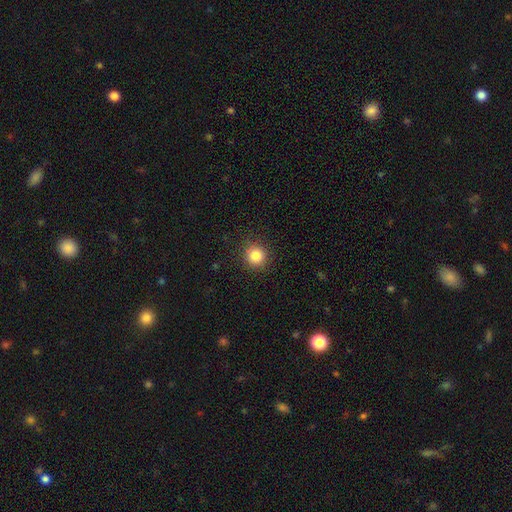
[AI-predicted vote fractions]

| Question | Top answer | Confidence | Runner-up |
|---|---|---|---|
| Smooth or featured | smooth | 84% | star or artifact (11%) |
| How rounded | round | 93% | in between (6%) |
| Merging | none | 90% | minor disturbance (6%) |